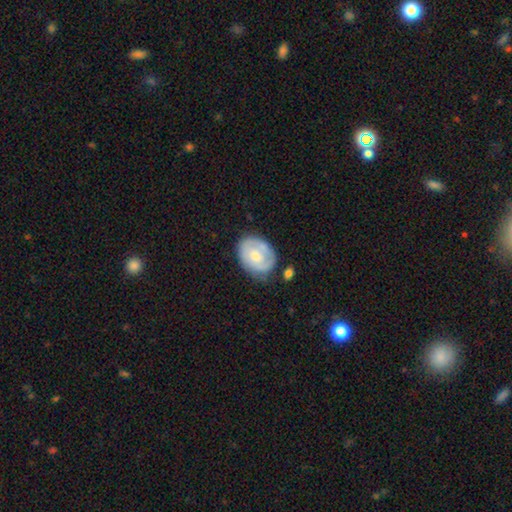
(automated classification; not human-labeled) This appears to be a featured or disk galaxy (54%) with no bar (74%), spiral arms (63%) and a moderate central bulge (51%). Merging: none (65%).